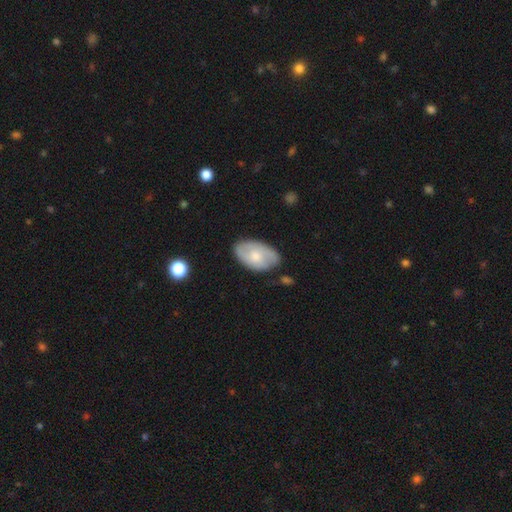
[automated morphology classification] Q: Smooth or featured?
A: smooth (58%); runner-up: featured or disk (36%)
Q: How rounded?
A: in between (93%); runner-up: round (6%)
Q: Merging?
A: none (73%); runner-up: minor disturbance (20%)